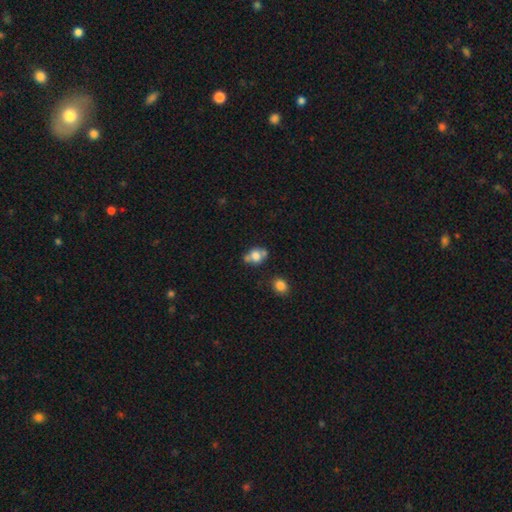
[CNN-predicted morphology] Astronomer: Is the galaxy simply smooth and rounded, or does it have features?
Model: smooth — 66%.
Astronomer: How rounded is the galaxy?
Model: in between — 56% (runner-up: round, 42%).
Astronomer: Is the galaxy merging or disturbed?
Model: none — 46% (runner-up: merger, 27%).